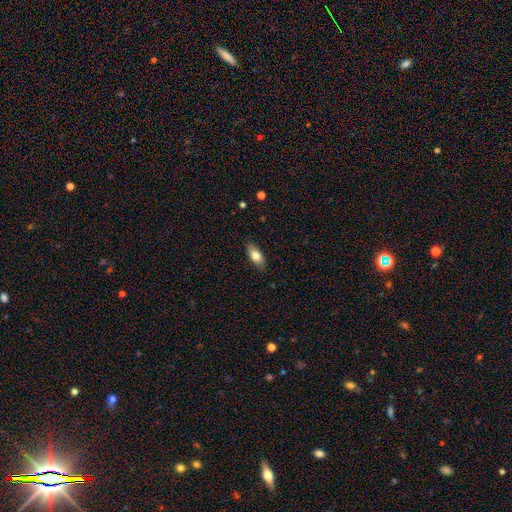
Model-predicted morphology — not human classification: Smooth or featured? Predicted: smooth (p=0.78). How rounded? Predicted: in between (p=0.82). Merging? Predicted: none (p=0.86).